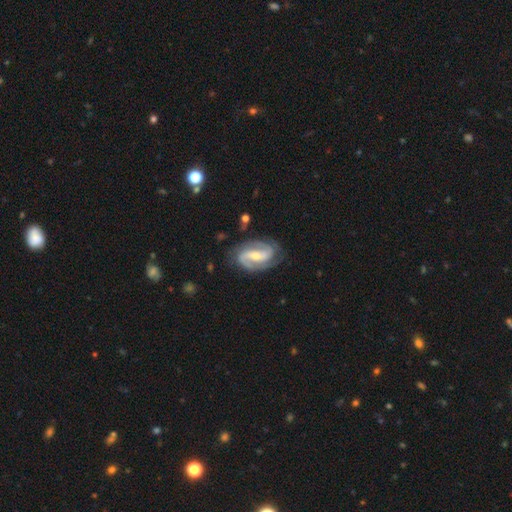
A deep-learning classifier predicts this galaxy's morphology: smooth-or-featured: featured or disk: 89% | smooth: 7% | star or artifact: 4%
  disk-edge-on: no: 97% | yes: 3%
    bar: strong: 41% | weak: 37% | no: 22%
    has-spiral-arms: yes: 97% | no: 3%
      spiral-winding: medium: 47% | tight: 32% | loose: 21%
      spiral-arm-count: 2: 85% | 3: 5% | can't tell: 5% | 1: 2% | 4: 1% | more than 4: 1%
    bulge-size: small: 49% | moderate: 47% | large: 2% | none: 1% | dominant: 1%
  merging: none: 78% | minor disturbance: 15% | major disturbance: 6% | merger: 2%